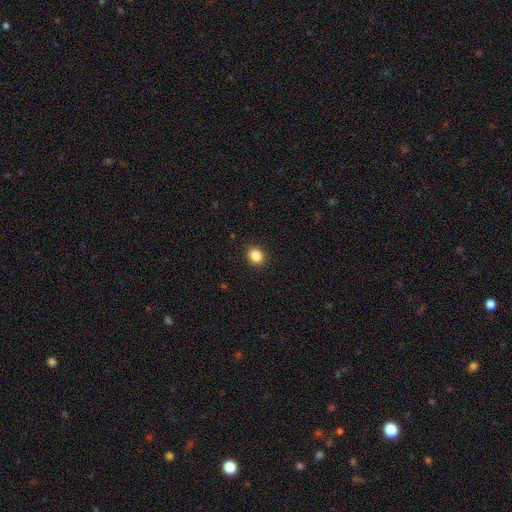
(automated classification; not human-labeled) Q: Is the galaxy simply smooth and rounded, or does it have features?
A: smooth — 86%.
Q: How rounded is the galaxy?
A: round — 67%.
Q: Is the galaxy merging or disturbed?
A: none — 91%.